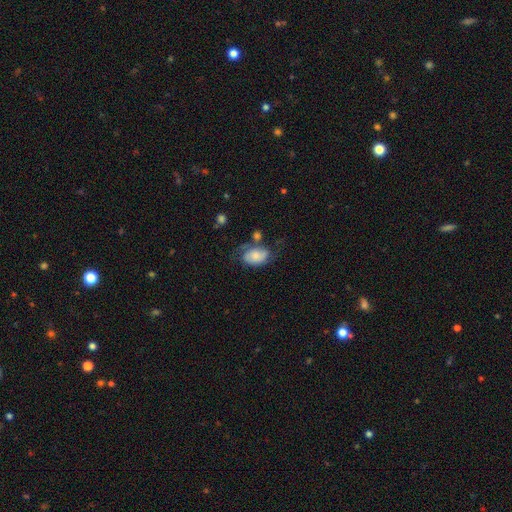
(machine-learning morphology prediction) Smooth or featured? Predicted: smooth (p=0.55). How rounded? Predicted: in between (p=0.84). Merging? Predicted: none (p=0.40).